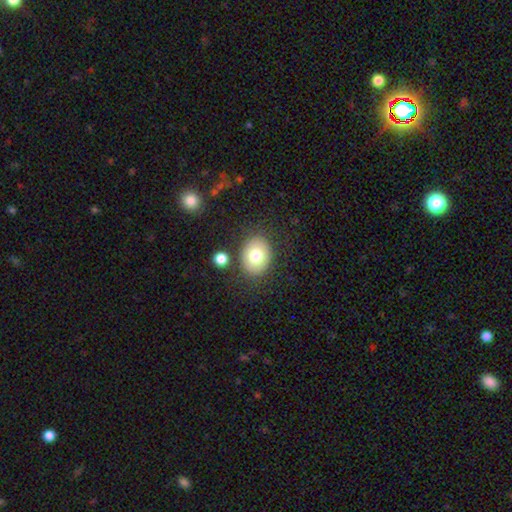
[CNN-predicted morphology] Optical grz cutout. It shows a smooth galaxy with no disk features (78%) that is in between round and cigar-shaped (58%). Merging: none (81%).